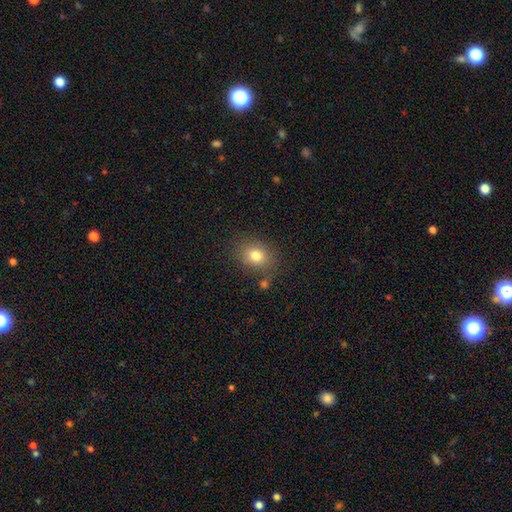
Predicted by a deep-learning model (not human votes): Smooth or featured? Predicted: smooth (p=0.79). How rounded? Predicted: in between (p=0.54). Merging? Predicted: none (p=0.77).